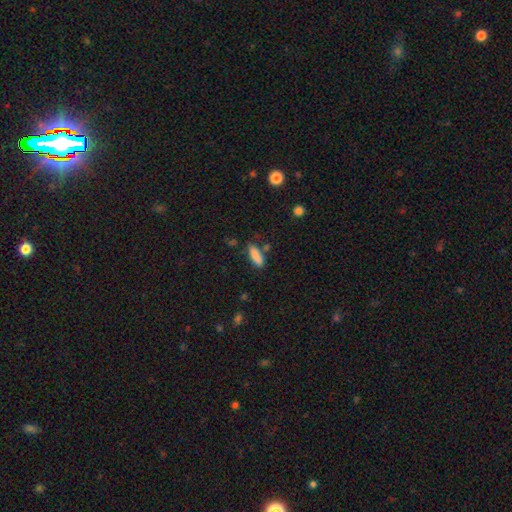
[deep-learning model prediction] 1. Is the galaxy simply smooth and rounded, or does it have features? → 86% smooth, 8% star or artifact, 6% featured or disk.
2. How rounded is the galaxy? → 58% in between, 40% cigar-shaped, 2% round.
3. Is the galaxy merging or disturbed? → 72% none, 16% minor disturbance, 8% merger, 4% major disturbance.